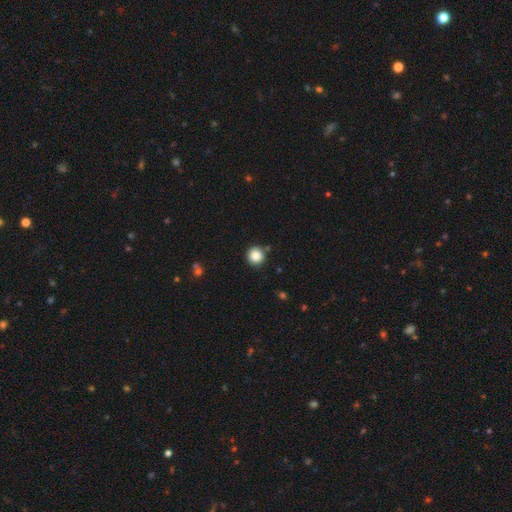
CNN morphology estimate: The model was most divided on "smooth or featured": smooth: 85%, star or artifact: 10%, featured or disk: 5%. More confident: how rounded — round (94%); merging — none (86%).